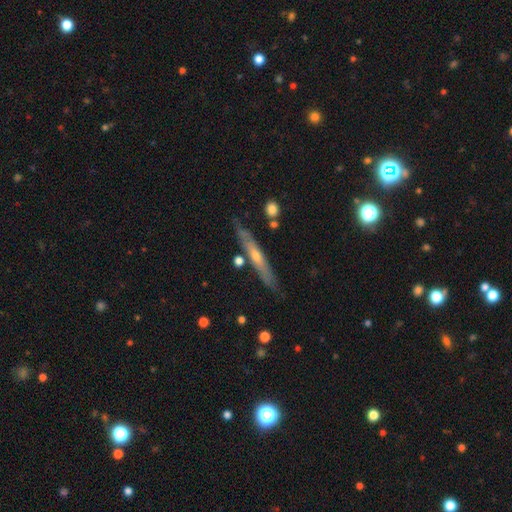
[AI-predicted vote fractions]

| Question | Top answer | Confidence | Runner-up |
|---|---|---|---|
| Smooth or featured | featured or disk | 64% | smooth (30%) |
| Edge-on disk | yes | 86% | no (14%) |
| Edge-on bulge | rounded | 61% | none (36%) |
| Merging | none | 80% | minor disturbance (14%) |